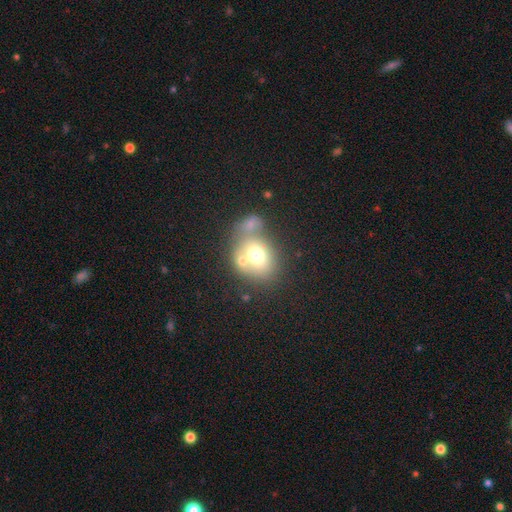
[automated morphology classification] Q: Smooth or featured?
A: smooth (65%); runner-up: featured or disk (24%)
Q: How rounded?
A: round (56%); runner-up: in between (43%)
Q: Merging?
A: merger (47%); runner-up: none (33%)